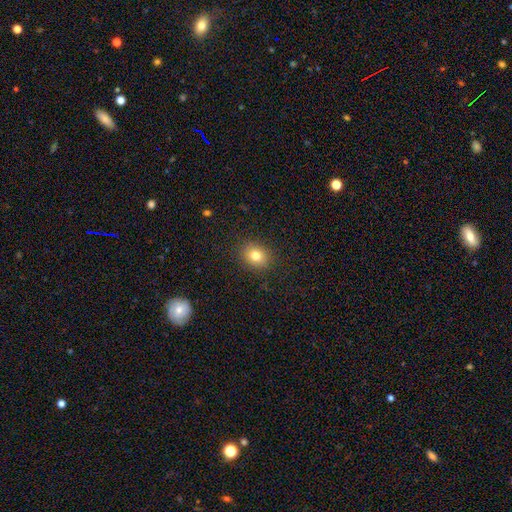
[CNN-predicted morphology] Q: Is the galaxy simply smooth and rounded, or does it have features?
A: smooth — 80%.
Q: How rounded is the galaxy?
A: round — 58%.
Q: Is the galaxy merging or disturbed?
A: none — 88%.